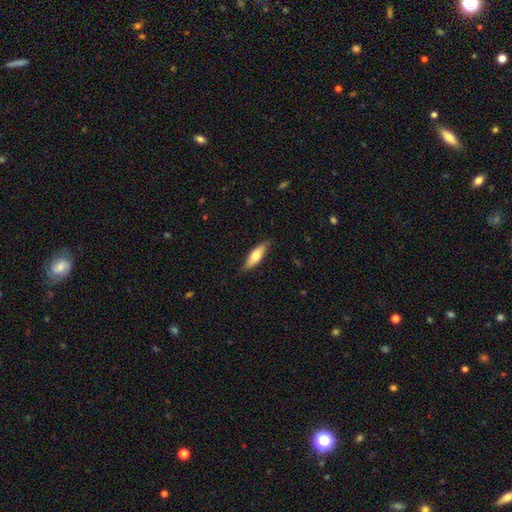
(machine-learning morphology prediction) Q: Smooth or featured?
A: smooth (65%); runner-up: featured or disk (30%)
Q: How rounded?
A: cigar-shaped (50%); runner-up: in between (47%)
Q: Merging?
A: none (84%); runner-up: minor disturbance (13%)